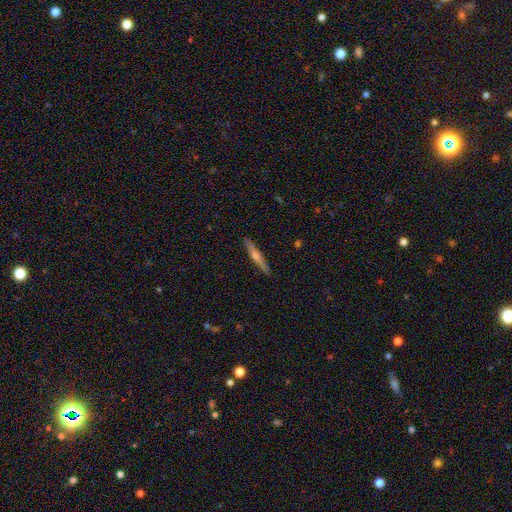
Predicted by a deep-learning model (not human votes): Smooth or featured?
  - featured or disk: 54% *
  - smooth: 40%
  - star or artifact: 6%
Edge-on disk?
  - yes: 96% *
  - no: 4%
Edge-on bulge?
  - rounded: 74% *
  - none: 19%
  - boxy: 7%
Merging?
  - none: 91% *
  - minor disturbance: 7%
  - major disturbance: 1%
  - merger: 1%